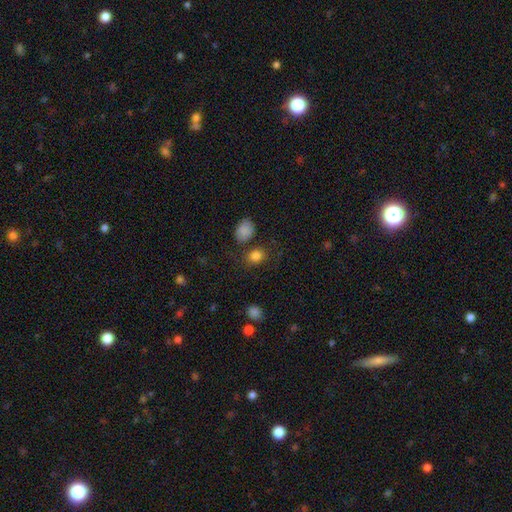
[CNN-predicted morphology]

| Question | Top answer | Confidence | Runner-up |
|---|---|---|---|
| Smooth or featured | smooth | 84% | star or artifact (11%) |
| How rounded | round | 54% | in between (45%) |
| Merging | none | 74% | minor disturbance (12%) |